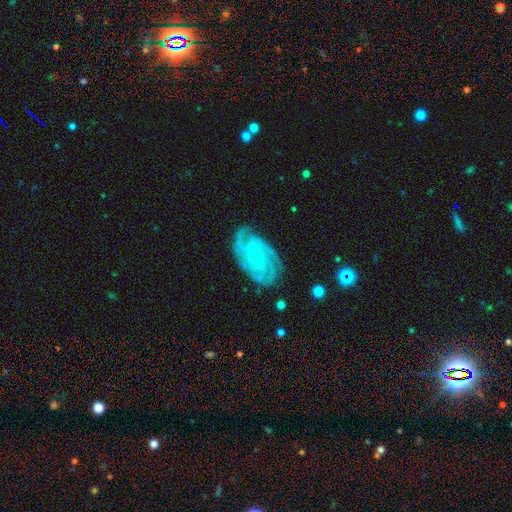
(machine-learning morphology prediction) A featured or disk galaxy (83%) with a weak bar (44%, tied with no), tight (58%) spiral arms (96%) and a small central bulge (69%). Merging: none (74%).